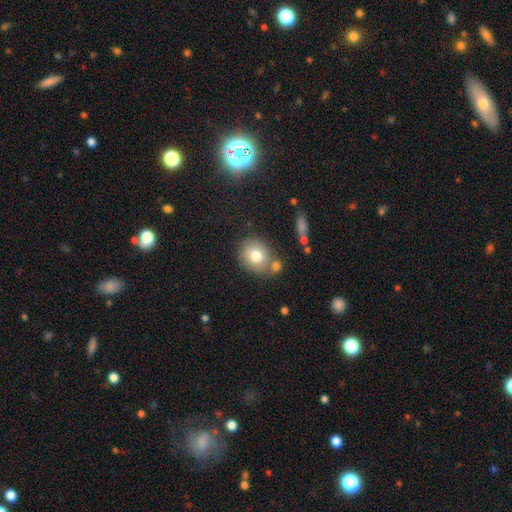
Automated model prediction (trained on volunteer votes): smooth 77%, featured or disk 14%, star or artifact 9%. Down the decision tree: how rounded — round (66%); merging — none (63%).